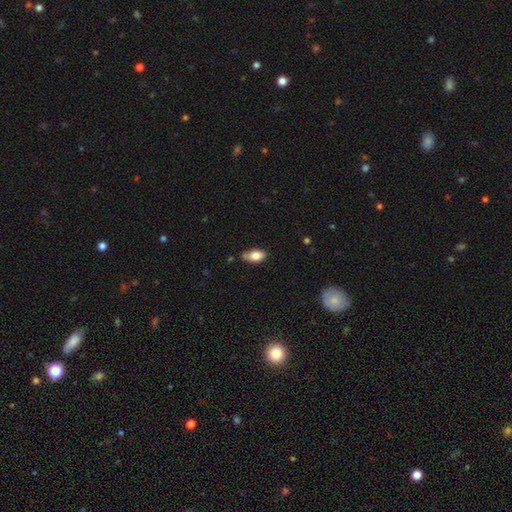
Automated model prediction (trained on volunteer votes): A smooth galaxy with no disk features (80%) that is in between round and cigar-shaped (91%).

Vote fractions:
- Smooth or featured? smooth: 80% / featured or disk: 13% / star or artifact: 7%
- How rounded? in between: 91% / cigar-shaped: 5% / round: 4%
- Merging? none: 64% / minor disturbance: 28% / major disturbance: 5% / merger: 4%